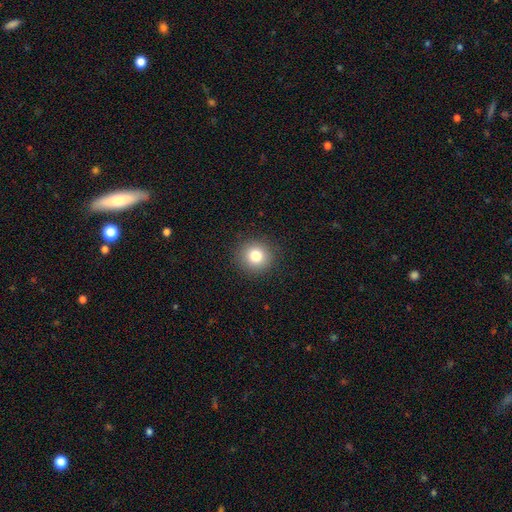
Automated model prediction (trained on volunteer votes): smooth-or-featured: smooth: 80% | star or artifact: 12% | featured or disk: 8%
  how-rounded: round: 92% | in between: 7% | cigar-shaped: 1%
  merging: none: 91% | minor disturbance: 6% | major disturbance: 2% | merger: 1%